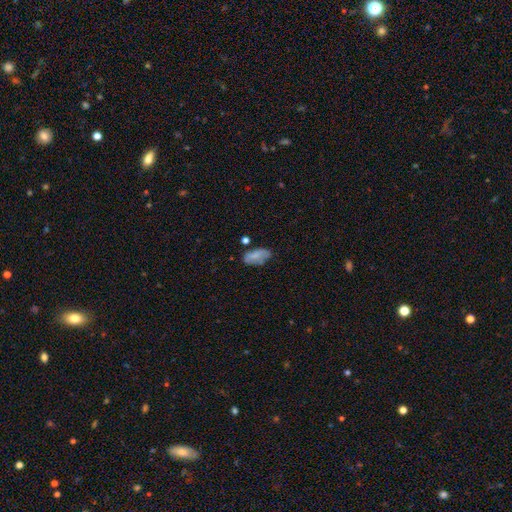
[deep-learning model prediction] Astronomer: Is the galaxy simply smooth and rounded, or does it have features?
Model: smooth — 71%.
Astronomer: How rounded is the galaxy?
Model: in between — 91%.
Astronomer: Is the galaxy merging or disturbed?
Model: none — 59%.